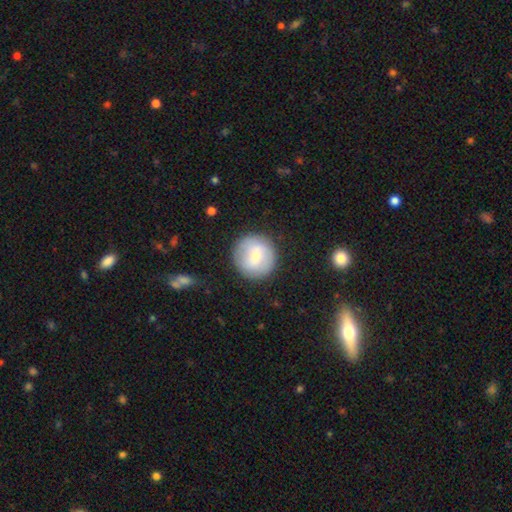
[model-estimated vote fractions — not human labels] The model was most divided on "smooth or featured": smooth: 62%, featured or disk: 31%, star or artifact: 7%. More confident: how rounded — round (94%); merging — none (85%).